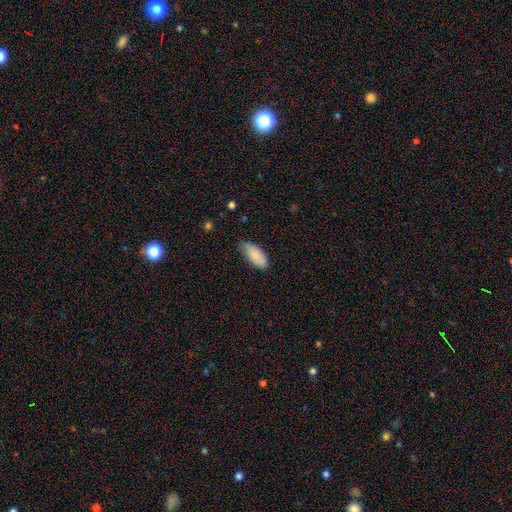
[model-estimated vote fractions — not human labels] Smooth or featured?
  - smooth: 86% *
  - featured or disk: 8%
  - star or artifact: 6%
How rounded?
  - in between: 85% *
  - cigar-shaped: 13%
  - round: 2%
Merging?
  - none: 74% *
  - minor disturbance: 22%
  - major disturbance: 3%
  - merger: 1%